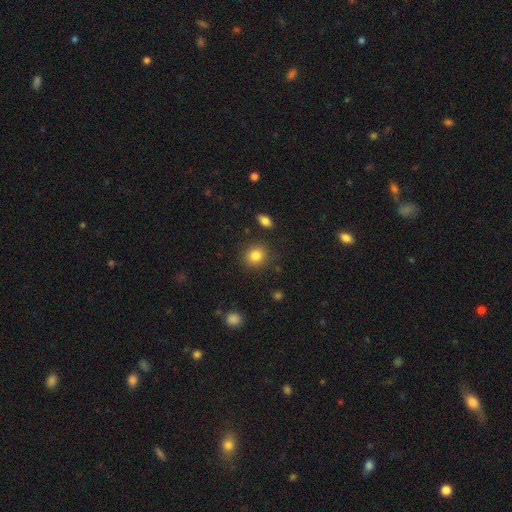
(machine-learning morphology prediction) Smooth or featured? Predicted: smooth (p=0.84). How rounded? Predicted: round (p=0.78). Merging? Predicted: none (p=0.87).